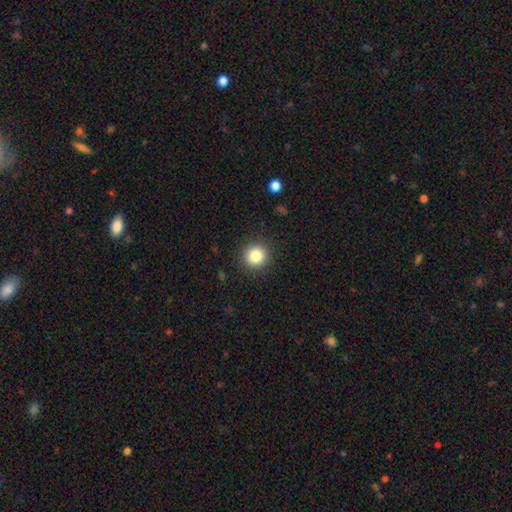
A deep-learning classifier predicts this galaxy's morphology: Smooth or featured: smooth — 83% (star or artifact — 11%)
How rounded: round — 93% (in between — 6%)
Merging: none — 91% (minor disturbance — 6%)